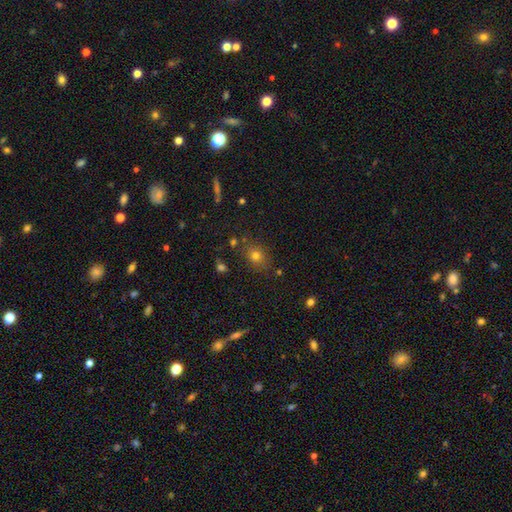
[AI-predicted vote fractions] smooth-or-featured: smooth: 74% | star or artifact: 17% | featured or disk: 9%
  how-rounded: round: 56% | in between: 43% | cigar-shaped: 1%
  merging: none: 80% | minor disturbance: 12% | merger: 4% | major disturbance: 4%